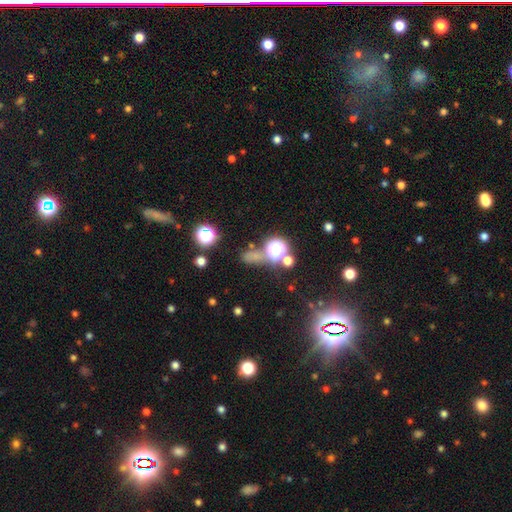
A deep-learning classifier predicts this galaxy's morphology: Smooth or featured: star or artifact — 46% (smooth — 44%)